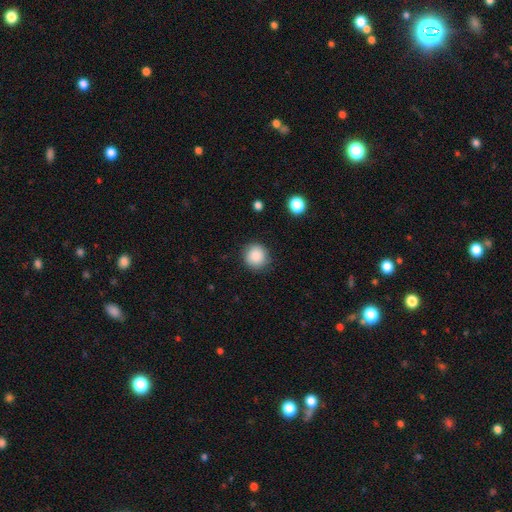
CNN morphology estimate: Smooth or featured? smooth (88%)
How rounded? round (93%)
Merging? none (88%)